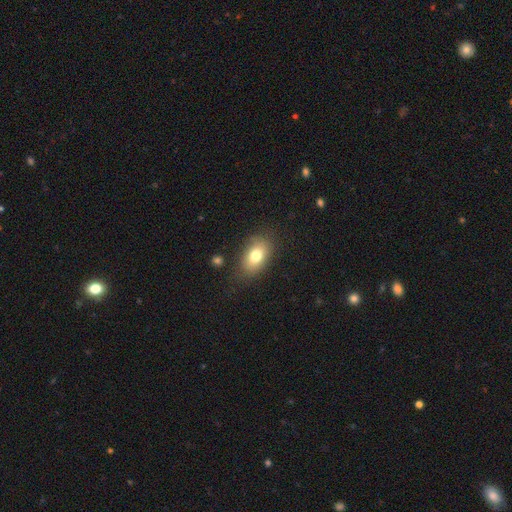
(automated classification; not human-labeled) This is likely a smooth galaxy (76%). How rounded: clearly in between (87%). Merging: likely none (78%).